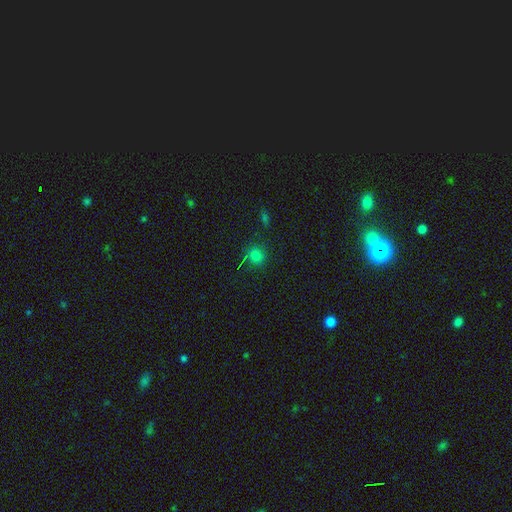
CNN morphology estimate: Overall: smooth (71%). How rounded: round (83%). Merging: none (78%).